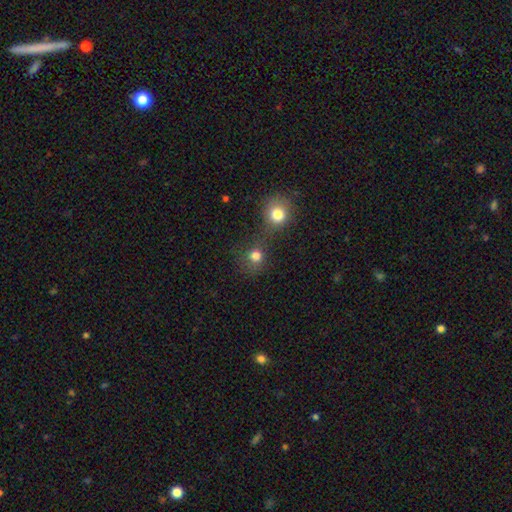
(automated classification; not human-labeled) smooth-or-featured: smooth: 78% | star or artifact: 14% | featured or disk: 7%
  how-rounded: round: 87% | in between: 11% | cigar-shaped: 1%
  merging: none: 47% | merger: 40% | minor disturbance: 8% | major disturbance: 5%